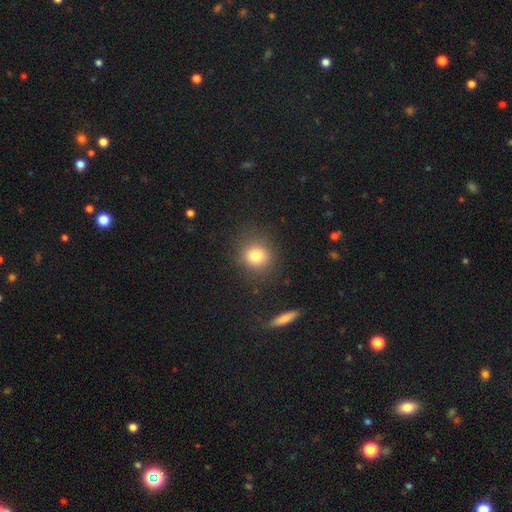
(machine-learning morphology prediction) smooth_or_featured: smooth (p=0.80) [alt: star or artifact p=0.12]
how_rounded: round (p=0.85) [alt: in between p=0.14]
merging: none (p=0.84) [alt: minor disturbance p=0.10]